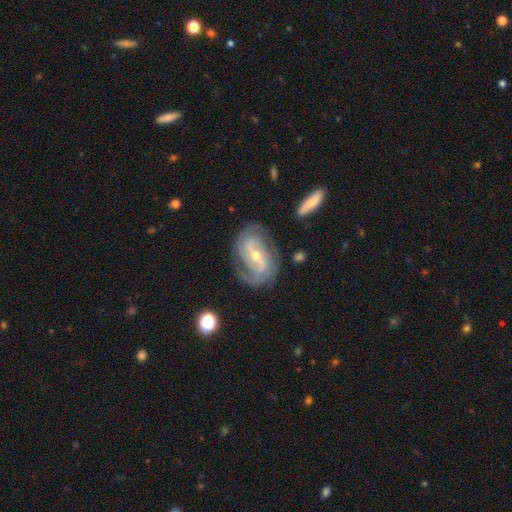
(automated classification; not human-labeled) Overall: featured or disk (88%). Edge-on disk: no (96%). Bar: weak (44%; strong 31%). Spiral arms: yes (96%). Spiral arm count: 2 (61%). Spiral winding: tight (53%; medium 38%). Bulge size: moderate (52%; small 44%). Merging: none (73%).